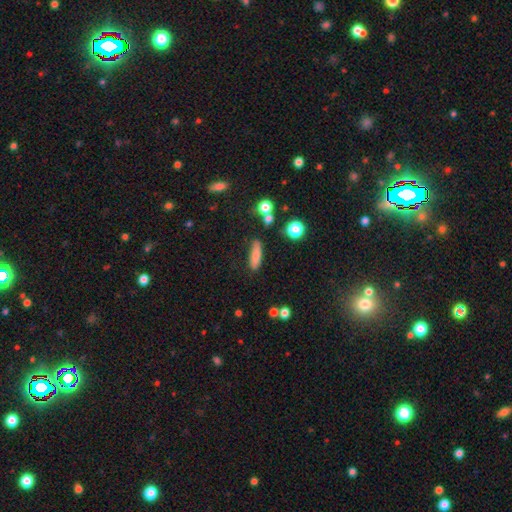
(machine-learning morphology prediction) A smooth galaxy with no disk features (77%) that is cigar-shaped (62%).

Vote fractions:
- Smooth or featured? smooth: 77% / featured or disk: 14% / star or artifact: 9%
- How rounded? cigar-shaped: 62% / in between: 34% / round: 4%
- Merging? none: 81% / minor disturbance: 12% / merger: 3% / major disturbance: 3%